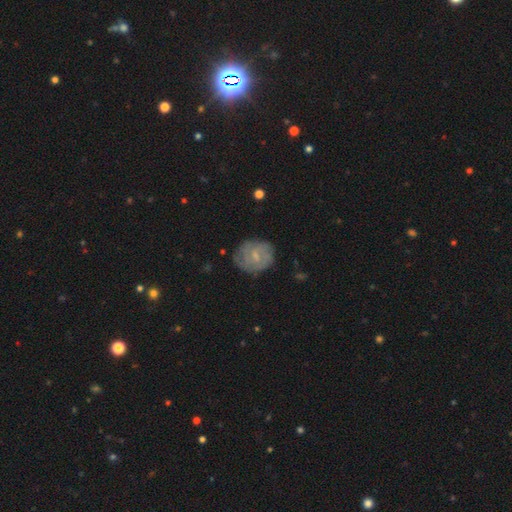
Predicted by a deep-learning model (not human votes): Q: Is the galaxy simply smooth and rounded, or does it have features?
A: featured or disk — 55%.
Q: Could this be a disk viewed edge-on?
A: no — 97%.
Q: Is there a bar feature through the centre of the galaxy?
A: weak — 50%.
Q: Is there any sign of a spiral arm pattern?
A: yes — 77%.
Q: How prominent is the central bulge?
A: small — 53%.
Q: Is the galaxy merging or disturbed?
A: none — 71%.